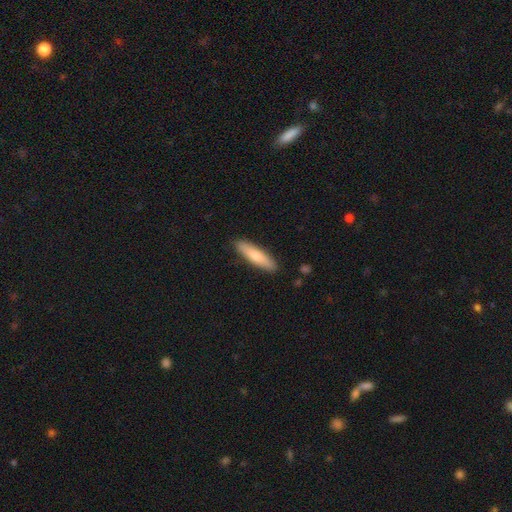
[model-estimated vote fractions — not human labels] smooth_or_featured: smooth (p=0.72) [alt: featured or disk p=0.23]
how_rounded: cigar-shaped (p=0.77) [alt: in between p=0.22]
merging: none (p=0.89) [alt: minor disturbance p=0.08]